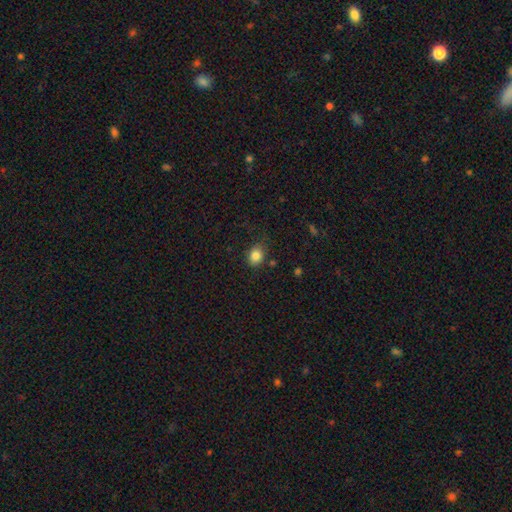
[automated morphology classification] This appears to be a smooth galaxy with no disk features (84%) that is in between round and cigar-shaped (54%). Merging: none (76%).